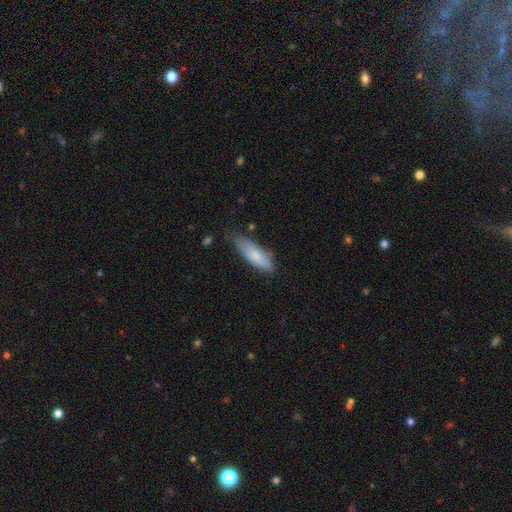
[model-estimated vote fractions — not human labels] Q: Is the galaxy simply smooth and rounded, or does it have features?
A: smooth — 78%.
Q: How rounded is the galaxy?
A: in between — 51%.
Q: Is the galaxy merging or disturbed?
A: none — 63%.